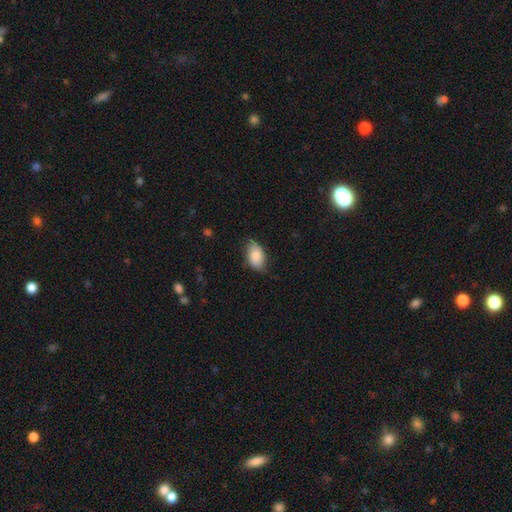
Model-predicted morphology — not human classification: A smooth galaxy with no disk features (84%) that is in between round and cigar-shaped (93%). Merging: none (72%).